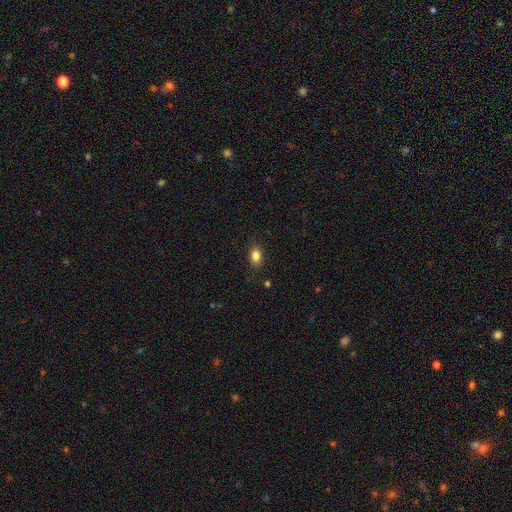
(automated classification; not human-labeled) This appears to be a smooth galaxy with no disk features (84%) that is in between round and cigar-shaped (84%). Merging: none (87%).